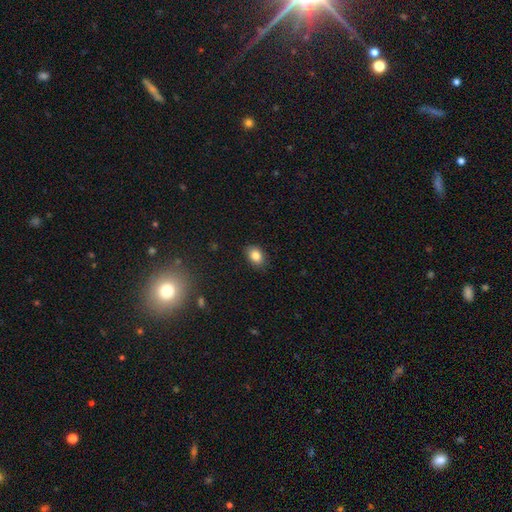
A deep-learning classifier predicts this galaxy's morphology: Smooth or featured?
  - smooth: 84% *
  - star or artifact: 10%
  - featured or disk: 7%
How rounded?
  - in between: 73% *
  - round: 26%
  - cigar-shaped: 1%
Merging?
  - none: 86% *
  - minor disturbance: 11%
  - major disturbance: 2%
  - merger: 1%